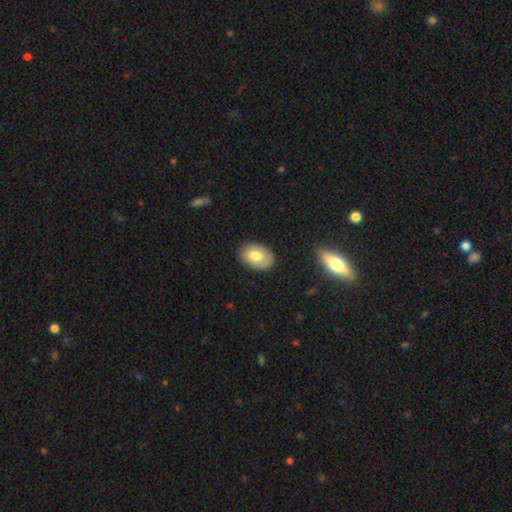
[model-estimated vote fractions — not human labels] A smooth galaxy with no disk features (73%) that is in between round and cigar-shaped (86%). Merging: none (83%).